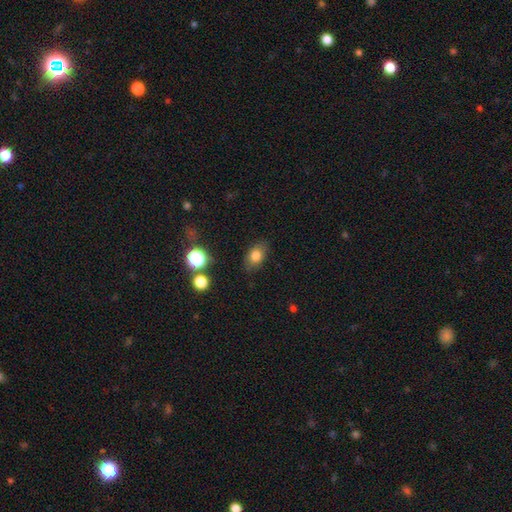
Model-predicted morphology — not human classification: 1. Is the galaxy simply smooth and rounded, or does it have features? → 78% smooth, 12% star or artifact, 10% featured or disk.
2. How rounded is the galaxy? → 78% in between, 20% round, 2% cigar-shaped.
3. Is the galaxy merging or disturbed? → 83% none, 12% minor disturbance, 3% major disturbance, 2% merger.